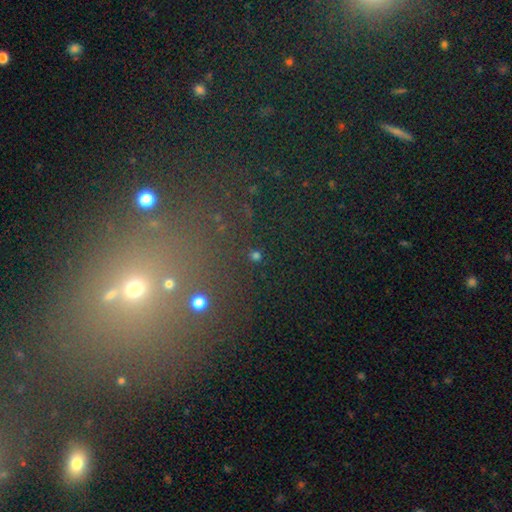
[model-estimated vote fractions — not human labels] smooth_or_featured: star or artifact (p=0.54) [alt: smooth p=0.33]